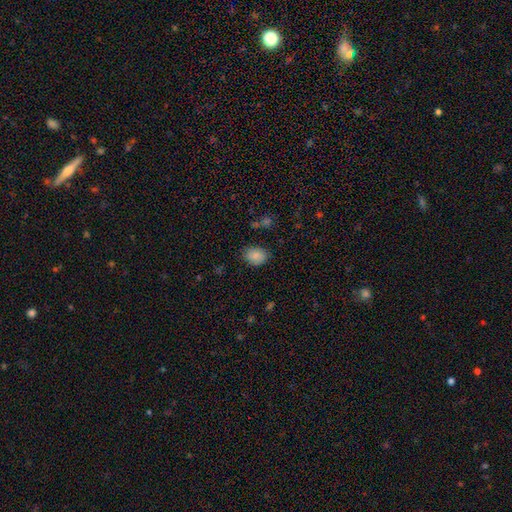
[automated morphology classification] Smooth or featured?
  - smooth: 86% *
  - star or artifact: 9%
  - featured or disk: 6%
How rounded?
  - in between: 63% *
  - round: 36%
  - cigar-shaped: 1%
Merging?
  - none: 79% *
  - minor disturbance: 16%
  - major disturbance: 3%
  - merger: 2%